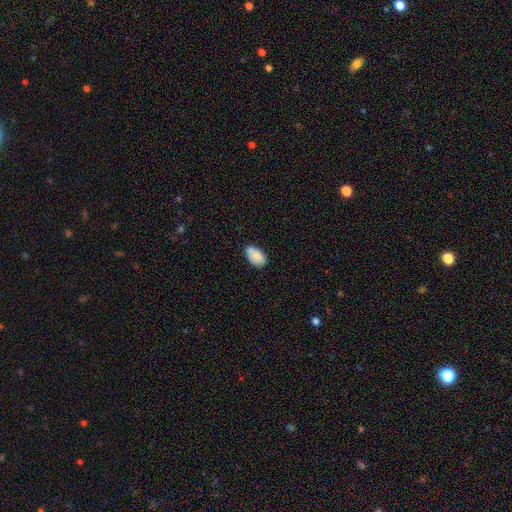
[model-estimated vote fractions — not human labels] A smooth galaxy with no disk features (82%) that is in between round and cigar-shaped (93%).

Vote fractions:
- Smooth or featured? smooth: 82% / featured or disk: 10% / star or artifact: 7%
- How rounded? in between: 93% / round: 5% / cigar-shaped: 2%
- Merging? none: 68% / minor disturbance: 25% / major disturbance: 4% / merger: 3%